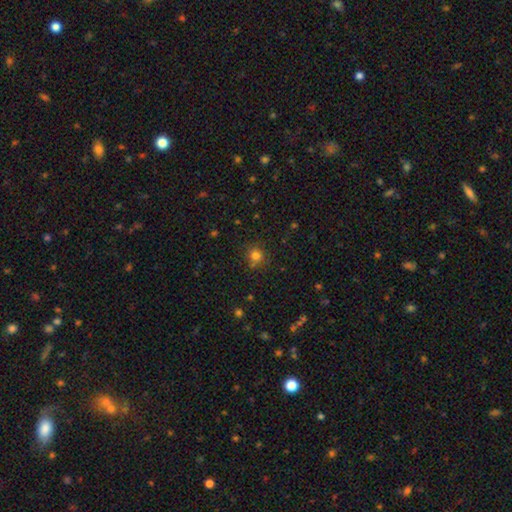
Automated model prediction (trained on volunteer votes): Smooth or featured? Predicted: smooth (p=0.78). How rounded? Predicted: round (p=0.88). Merging? Predicted: none (p=0.77).